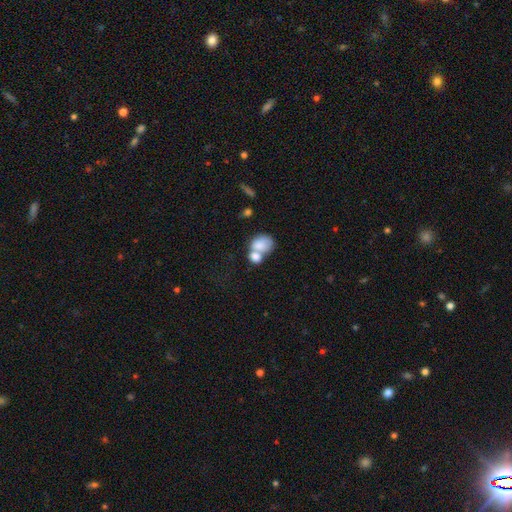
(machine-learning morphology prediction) Smooth or featured? Predicted: smooth (p=0.78). How rounded? Predicted: in between (p=0.58). Merging? Predicted: merger (p=0.62).